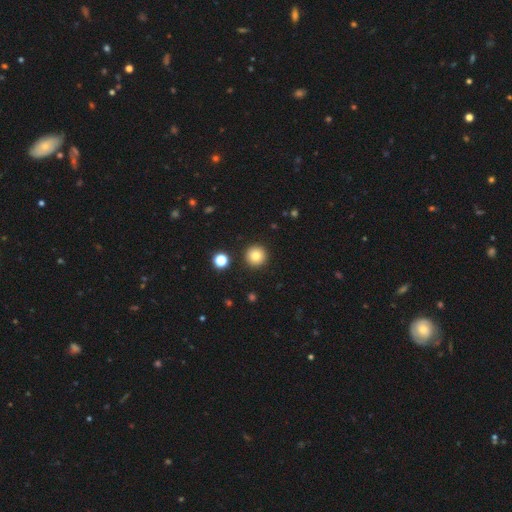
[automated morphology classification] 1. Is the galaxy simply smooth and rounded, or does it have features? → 82% smooth, 11% star or artifact, 7% featured or disk.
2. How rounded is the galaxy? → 96% round, 3% in between, 1% cigar-shaped.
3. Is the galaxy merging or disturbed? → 91% none, 5% minor disturbance, 2% merger, 2% major disturbance.